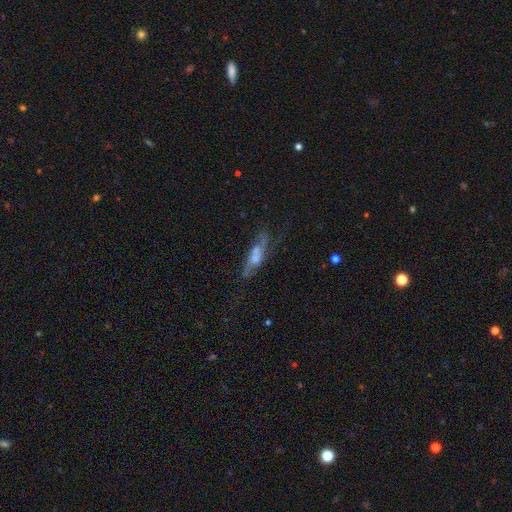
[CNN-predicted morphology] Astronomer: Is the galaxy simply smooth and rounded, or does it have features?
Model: featured or disk — 54% (runner-up: smooth, 37%).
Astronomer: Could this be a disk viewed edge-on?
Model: no — 56% (runner-up: yes, 44%).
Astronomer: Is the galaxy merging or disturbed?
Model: none — 45% (runner-up: minor disturbance, 25%).